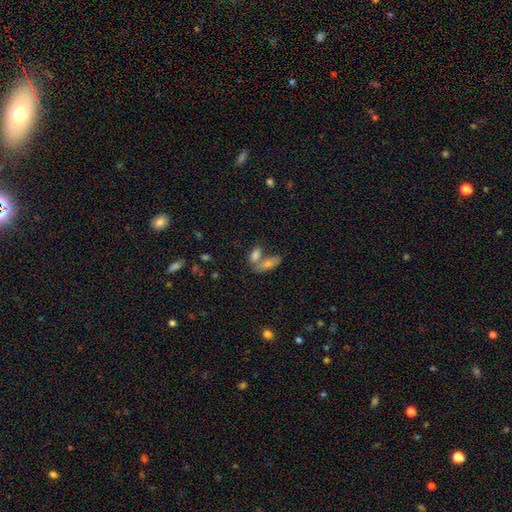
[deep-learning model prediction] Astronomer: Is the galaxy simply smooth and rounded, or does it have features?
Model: smooth — 76%.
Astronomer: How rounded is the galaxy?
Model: in between — 79%.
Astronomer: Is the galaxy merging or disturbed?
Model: merger — 51% (runner-up: none, 36%).